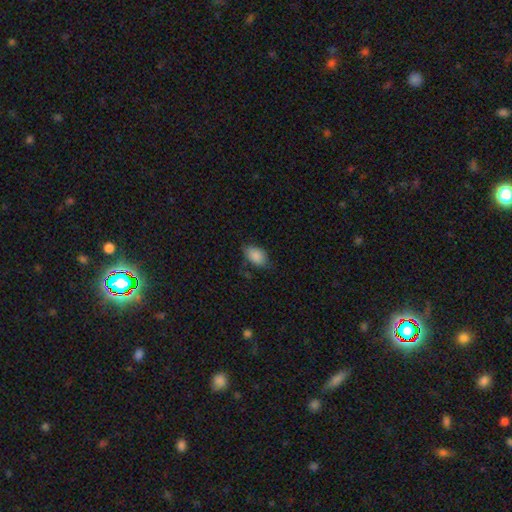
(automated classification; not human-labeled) Smooth or featured: smooth — 88% (star or artifact — 7%)
How rounded: in between — 89% (round — 9%)
Merging: none — 71% (minor disturbance — 23%)